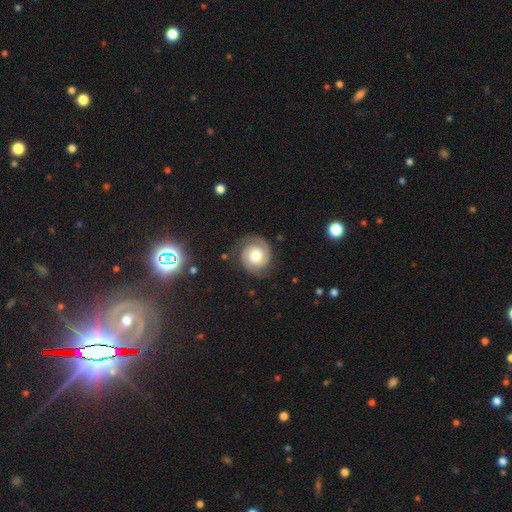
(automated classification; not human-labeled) Smooth or featured? Predicted: featured or disk (p=0.80). Edge-on disk? Predicted: no (p=0.98). Bar? Predicted: no (p=0.69). Spiral arms? Predicted: yes (p=0.96). Spiral winding? Predicted: tight (p=0.64). Spiral arm count? Predicted: 2 (p=0.87). Bulge size? Predicted: moderate (p=0.52). Merging? Predicted: none (p=0.78).